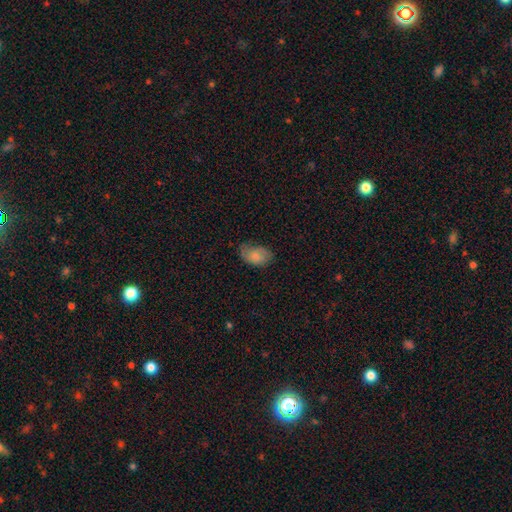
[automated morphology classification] This is likely a smooth galaxy (78%). How rounded: clearly in between (91%). Merging: possibly none (57%).